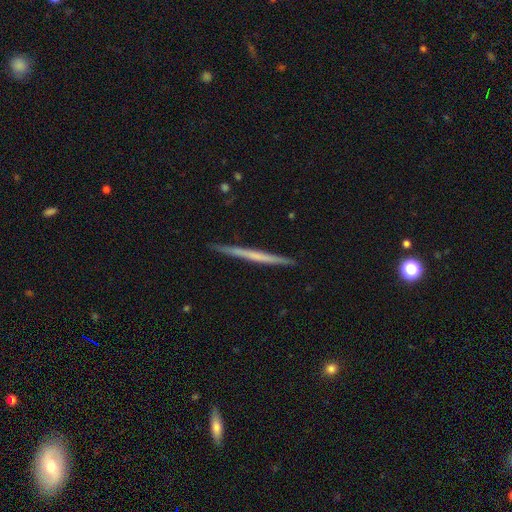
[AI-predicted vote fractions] Smooth or featured? featured or disk (55%)
Edge-on disk? yes (98%)
Edge-on bulge? none (87%)
Merging? none (91%)